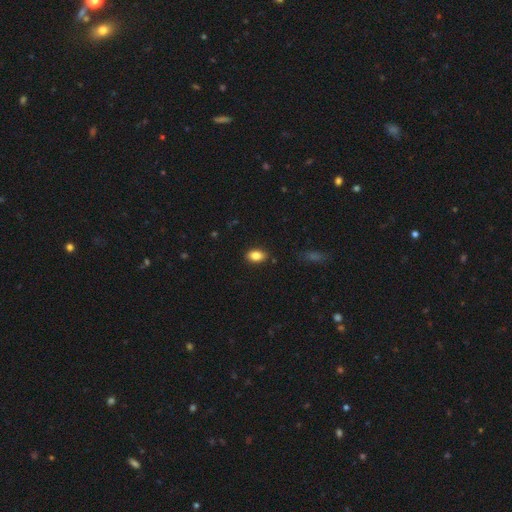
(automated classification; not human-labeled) Q: Smooth or featured?
A: smooth (84%); runner-up: star or artifact (9%)
Q: How rounded?
A: in between (86%); runner-up: round (12%)
Q: Merging?
A: none (87%); runner-up: minor disturbance (10%)